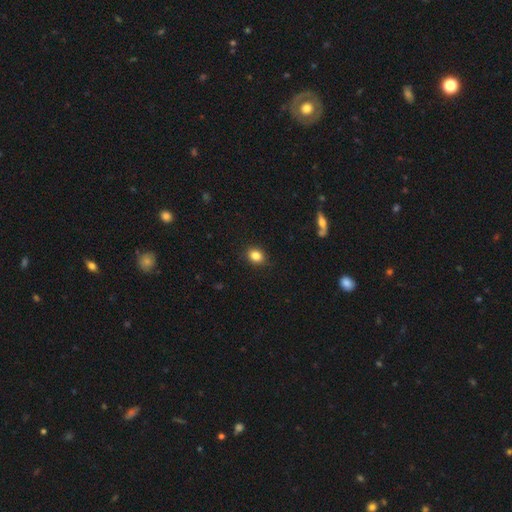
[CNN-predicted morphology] The model was most divided on "how rounded": round: 51%, in between: 48%, cigar-shaped: 1%. More confident: merging — none (89%); smooth or featured — smooth (84%).